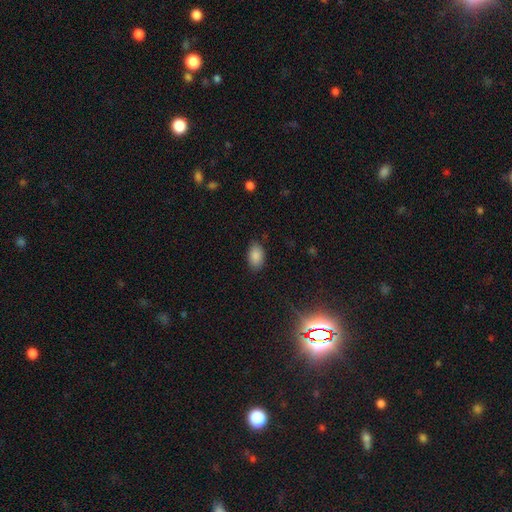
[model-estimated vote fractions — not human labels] A smooth galaxy with no disk features (86%) that is in between round and cigar-shaped (91%). Merging: none (84%).